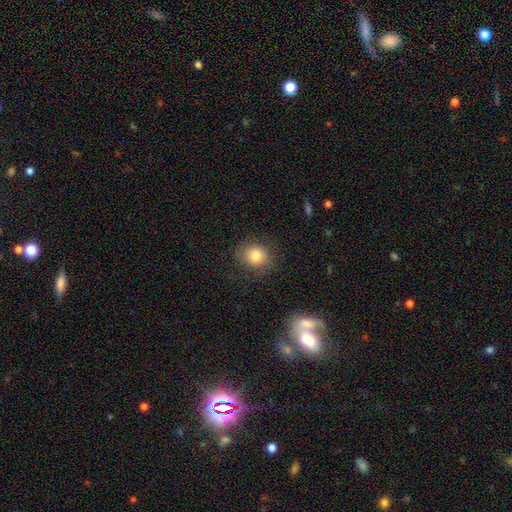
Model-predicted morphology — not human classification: smooth_or_featured: smooth (p=0.83) [alt: star or artifact p=0.10]
how_rounded: round (p=0.74) [alt: in between p=0.25]
merging: none (p=0.83) [alt: minor disturbance p=0.12]